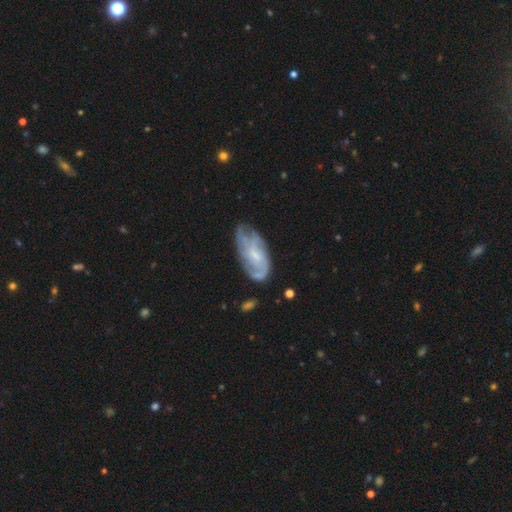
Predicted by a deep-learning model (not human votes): smooth_or_featured: featured or disk (p=0.72) [alt: smooth p=0.21]
disk_edge_on: no (p=0.94) [alt: yes p=0.06]
bar: no (p=0.58) [alt: weak p=0.36]
has_spiral_arms: yes (p=0.86) [alt: no p=0.14]
spiral_winding: tight (p=0.44) [alt: medium p=0.39]
spiral_arm_count: can't tell (p=0.42) [alt: 3 p=0.20]
bulge_size: small (p=0.56) [alt: moderate p=0.28]
merging: none (p=0.60) [alt: minor disturbance p=0.26]